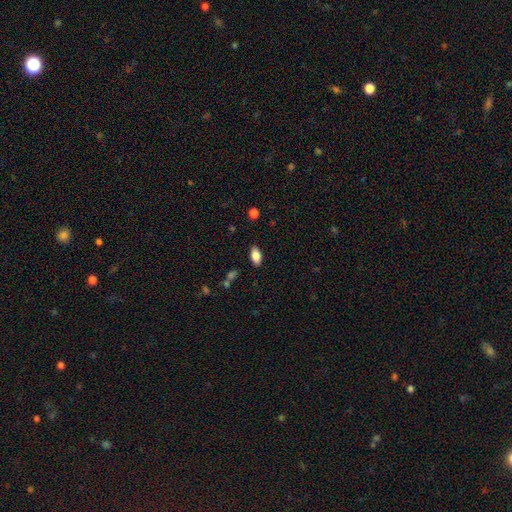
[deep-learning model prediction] smooth-or-featured: smooth: 83% | featured or disk: 10% | star or artifact: 8%
  how-rounded: in between: 91% | cigar-shaped: 6% | round: 3%
  merging: none: 86% | minor disturbance: 10% | major disturbance: 2% | merger: 2%